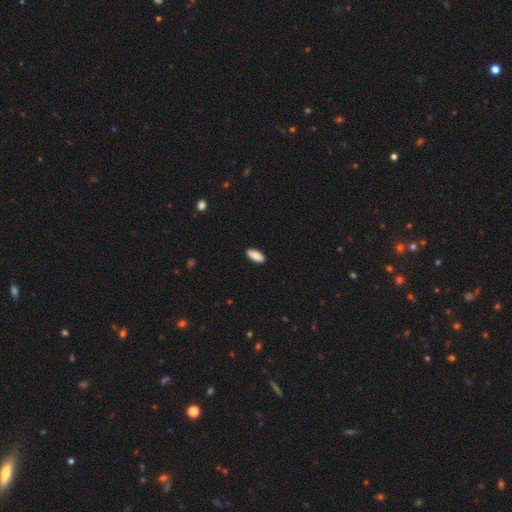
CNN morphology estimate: Smooth or featured? Predicted: smooth (p=0.79). How rounded? Predicted: in between (p=0.89). Merging? Predicted: none (p=0.89).